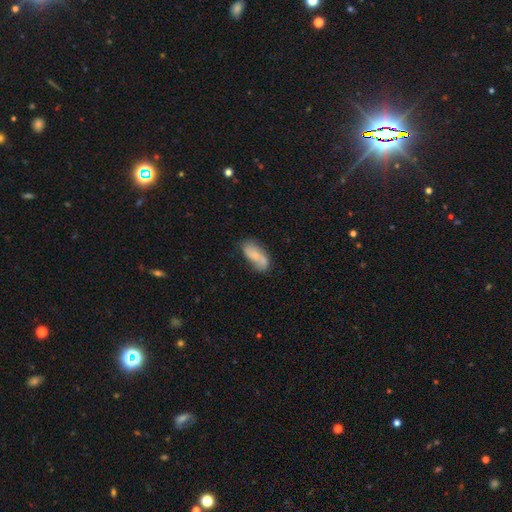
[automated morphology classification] Smooth or featured? Predicted: smooth (p=0.60). How rounded? Predicted: in between (p=0.83). Merging? Predicted: none (p=0.58).